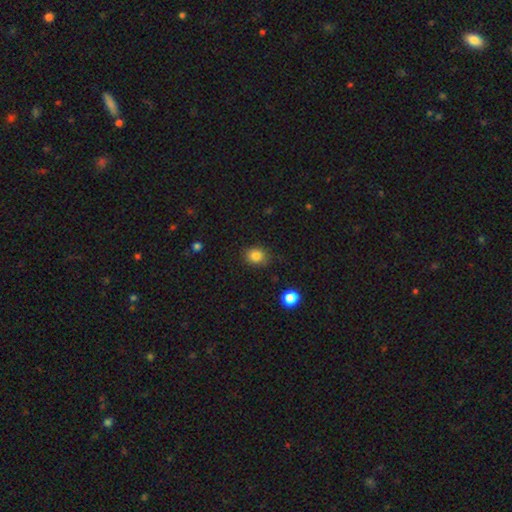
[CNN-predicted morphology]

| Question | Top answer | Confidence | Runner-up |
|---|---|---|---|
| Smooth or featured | smooth | 84% | star or artifact (11%) |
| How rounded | round | 56% | in between (43%) |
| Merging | none | 83% | minor disturbance (13%) |